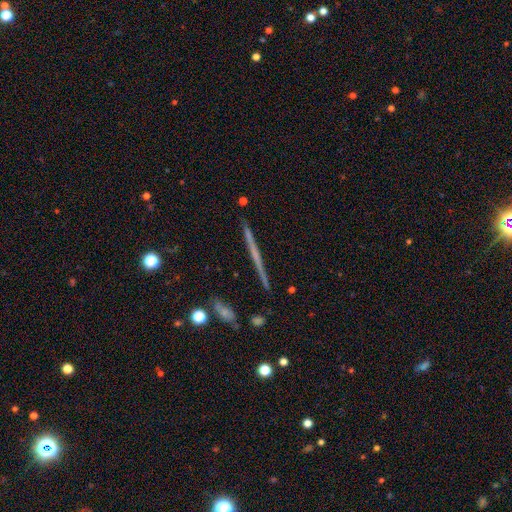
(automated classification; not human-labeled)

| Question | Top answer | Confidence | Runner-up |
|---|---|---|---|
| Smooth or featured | featured or disk | 65% | smooth (28%) |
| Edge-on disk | yes | 98% | no (2%) |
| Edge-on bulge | none | 80% | rounded (15%) |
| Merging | none | 91% | minor disturbance (6%) |